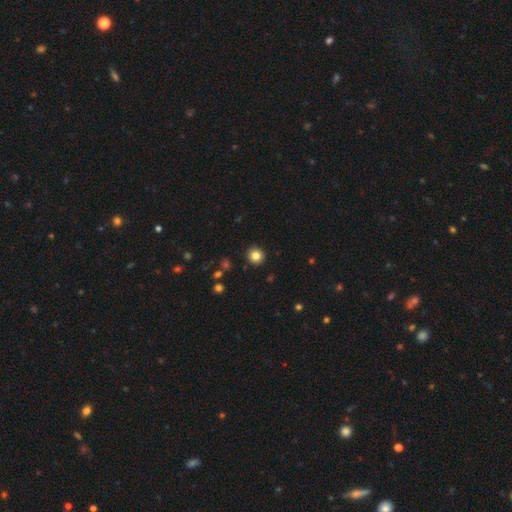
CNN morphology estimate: A smooth galaxy with no disk features (83%) that is round (93%).

Vote fractions:
- Smooth or featured? smooth: 83% / star or artifact: 11% / featured or disk: 6%
- How rounded? round: 93% / in between: 6% / cigar-shaped: 1%
- Merging? none: 92% / minor disturbance: 5% / major disturbance: 2% / merger: 1%